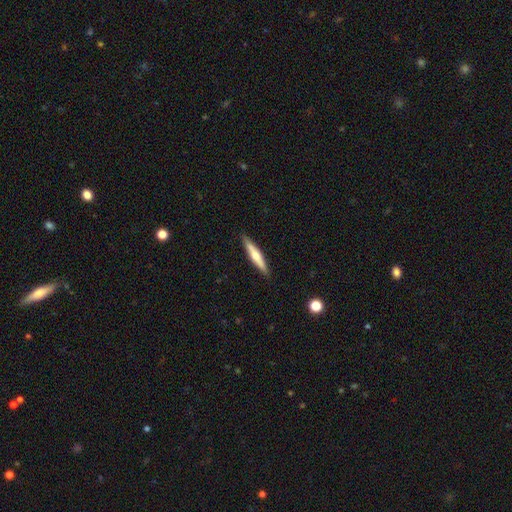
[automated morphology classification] Smooth or featured?
  - featured or disk: 47% * (tied)
  - smooth: 47% * (tied)
  - star or artifact: 6%
Merging?
  - none: 90% *
  - minor disturbance: 8%
  - major disturbance: 1%
  - merger: 1%